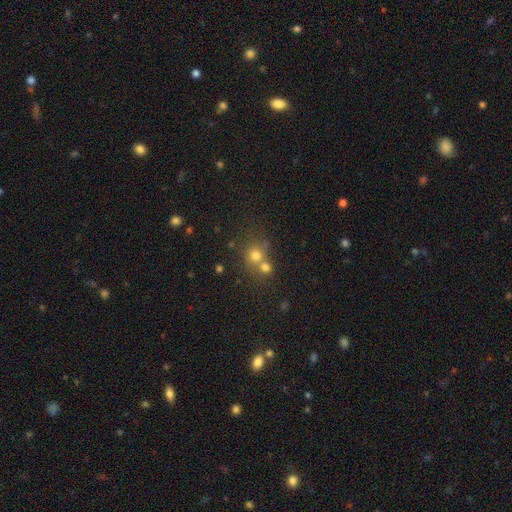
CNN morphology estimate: A smooth galaxy with no disk features (70%) that is round (85%).

Vote fractions:
- Smooth or featured? smooth: 70% / star or artifact: 18% / featured or disk: 11%
- How rounded? round: 85% / in between: 14% / cigar-shaped: 1%
- Merging? none: 47% / merger: 43% / minor disturbance: 7% / major disturbance: 3%